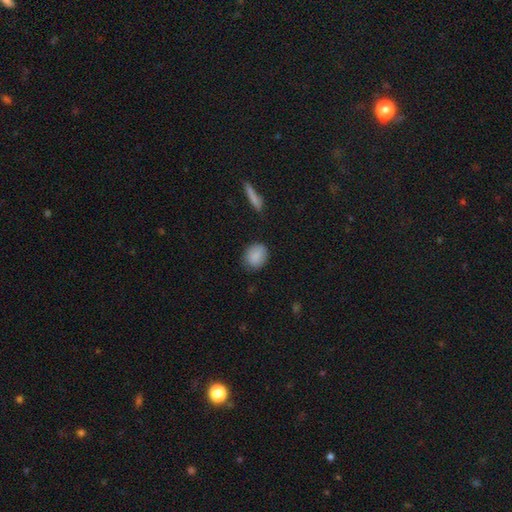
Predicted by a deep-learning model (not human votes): This appears to be a smooth galaxy with no disk features (86%) that is in between round and cigar-shaped (53%). Merging: none (77%).